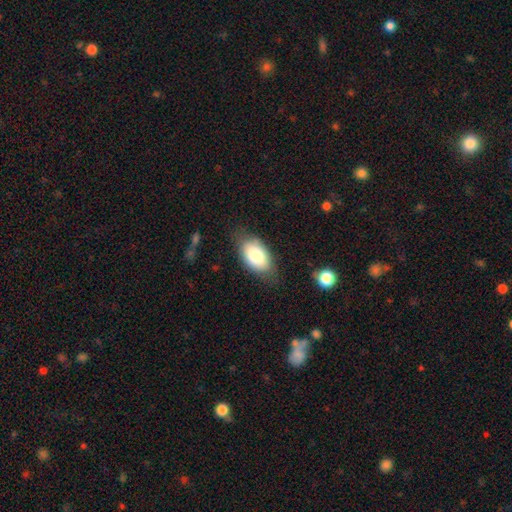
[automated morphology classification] A smooth galaxy with no disk features (82%) that is in between round and cigar-shaped (93%). Merging: none (73%).